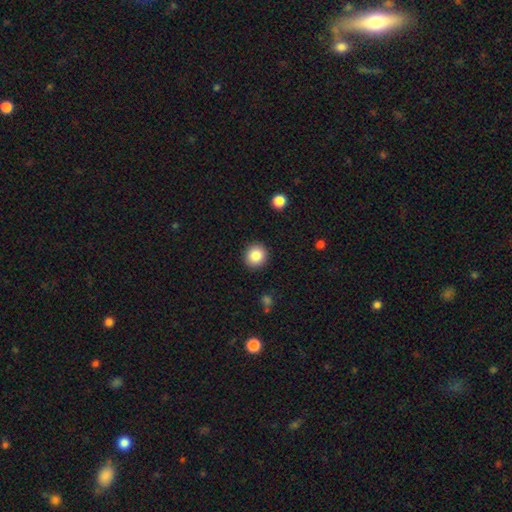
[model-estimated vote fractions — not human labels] smooth 85%, star or artifact 9%, featured or disk 6%. Down the decision tree: how rounded — round (91%); merging — none (91%).